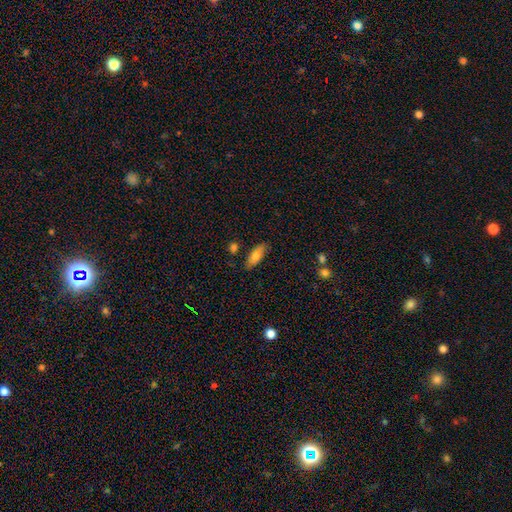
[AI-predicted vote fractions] Overall: smooth (75%). How rounded: in between (73%). Merging: none (80%).